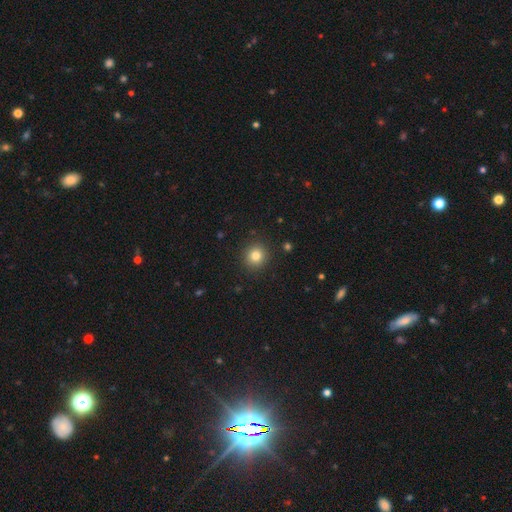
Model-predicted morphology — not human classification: Smooth or featured?
  - smooth: 81% *
  - star or artifact: 12%
  - featured or disk: 6%
How rounded?
  - round: 91% *
  - in between: 8%
  - cigar-shaped: 1%
Merging?
  - none: 91% *
  - minor disturbance: 6%
  - major disturbance: 2%
  - merger: 1%